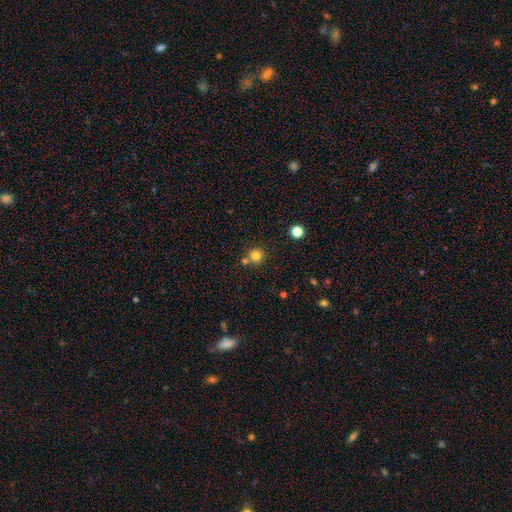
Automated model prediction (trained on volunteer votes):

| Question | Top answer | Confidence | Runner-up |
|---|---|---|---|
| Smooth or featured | smooth | 79% | star or artifact (13%) |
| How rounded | round | 93% | in between (6%) |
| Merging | none | 68% | merger (21%) |